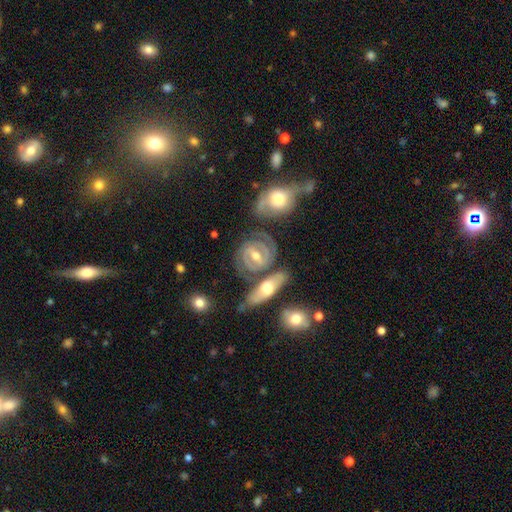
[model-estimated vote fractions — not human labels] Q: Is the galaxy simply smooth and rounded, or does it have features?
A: featured or disk — 83%.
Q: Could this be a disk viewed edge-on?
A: no — 95%.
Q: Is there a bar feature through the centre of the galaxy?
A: weak — 45%.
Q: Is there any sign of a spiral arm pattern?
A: yes — 93%.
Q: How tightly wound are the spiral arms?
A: tight — 66%.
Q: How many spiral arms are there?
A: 2 — 67%.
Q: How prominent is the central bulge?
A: moderate — 67%.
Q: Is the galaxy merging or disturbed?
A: none — 60%.